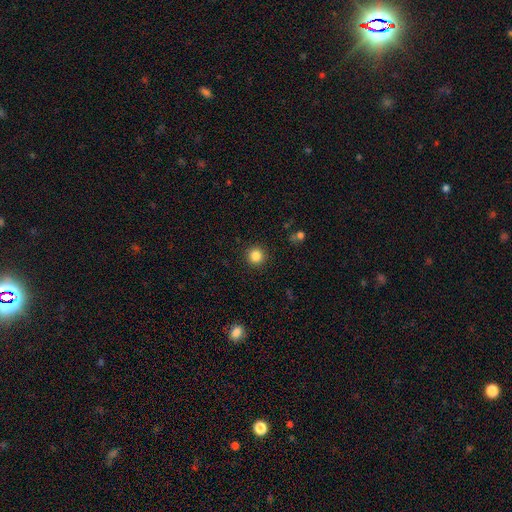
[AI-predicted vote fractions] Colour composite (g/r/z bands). It shows a smooth galaxy with no disk features (85%) that is round (95%). Merging: none (92%).